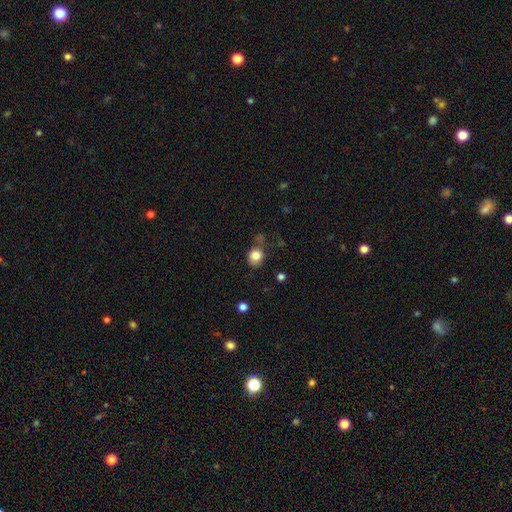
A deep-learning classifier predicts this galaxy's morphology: This appears to be a smooth galaxy with no disk features (84%) that is round (72%). Merging: none (65%).